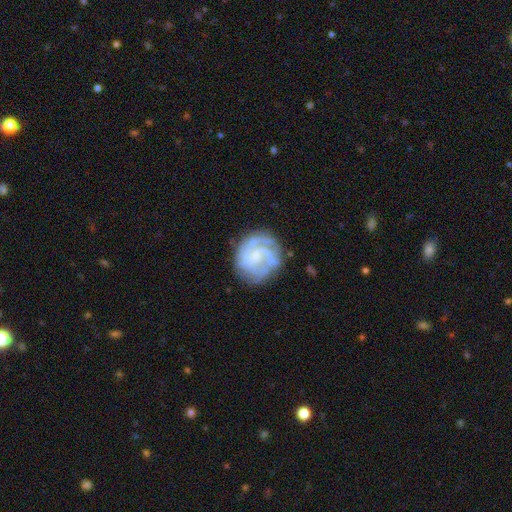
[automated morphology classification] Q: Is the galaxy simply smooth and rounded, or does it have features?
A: featured or disk — 83%.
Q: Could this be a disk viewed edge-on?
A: no — 98%.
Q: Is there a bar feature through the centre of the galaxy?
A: no — 58%.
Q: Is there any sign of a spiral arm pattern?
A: yes — 94%.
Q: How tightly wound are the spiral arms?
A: tight — 56%.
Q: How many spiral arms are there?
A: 2 — 30%.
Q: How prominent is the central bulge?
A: small — 66%.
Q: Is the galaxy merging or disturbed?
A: none — 71%.